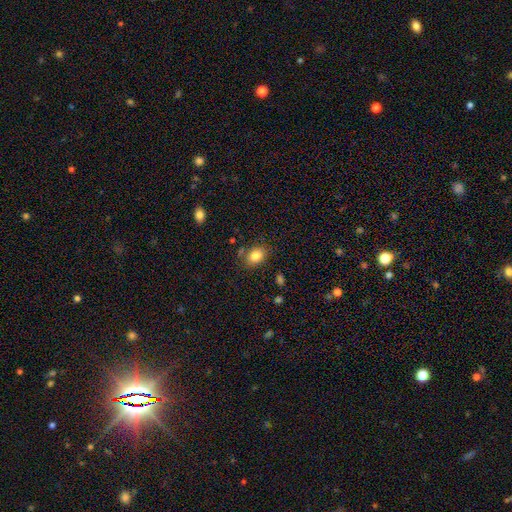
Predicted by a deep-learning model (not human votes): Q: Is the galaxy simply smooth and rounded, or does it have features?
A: smooth — 83%.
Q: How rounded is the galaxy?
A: in between — 72%.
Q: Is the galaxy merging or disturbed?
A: none — 77%.